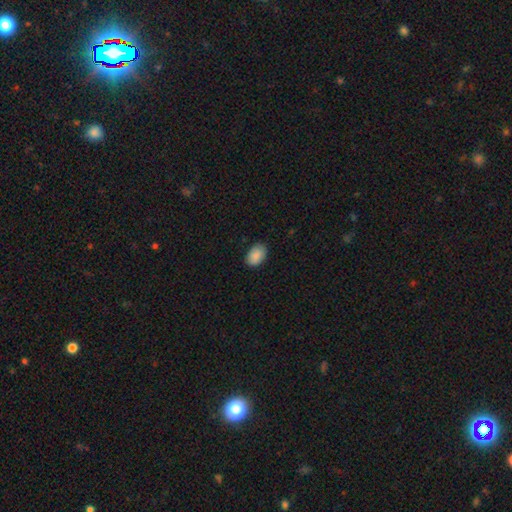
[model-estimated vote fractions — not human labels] Morphology: type=smooth (89%); roundness=in between (86%); merging=none (84%).